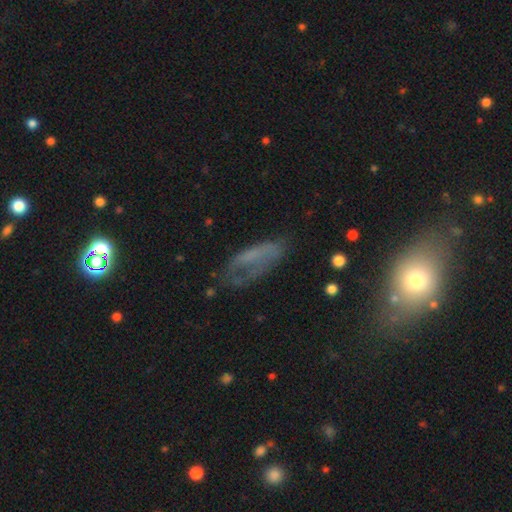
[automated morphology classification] Smooth or featured: smooth — 42% (featured or disk — 41%)
Merging: none — 45% (minor disturbance — 27%)